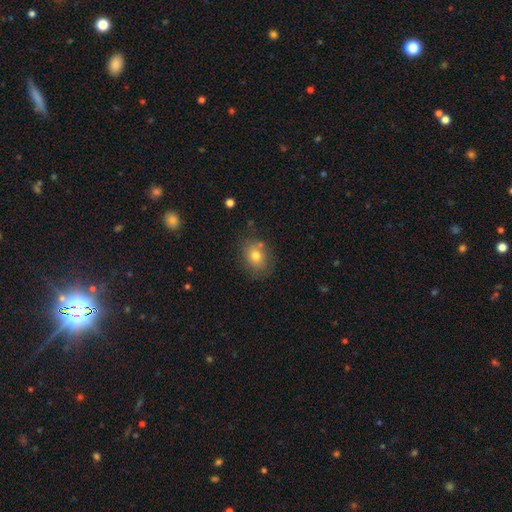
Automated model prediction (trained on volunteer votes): smooth-or-featured: smooth: 75% | featured or disk: 14% | star or artifact: 11%
  how-rounded: in between: 52% | round: 47% | cigar-shaped: 1%
  merging: none: 74% | minor disturbance: 15% | merger: 6% | major disturbance: 4%